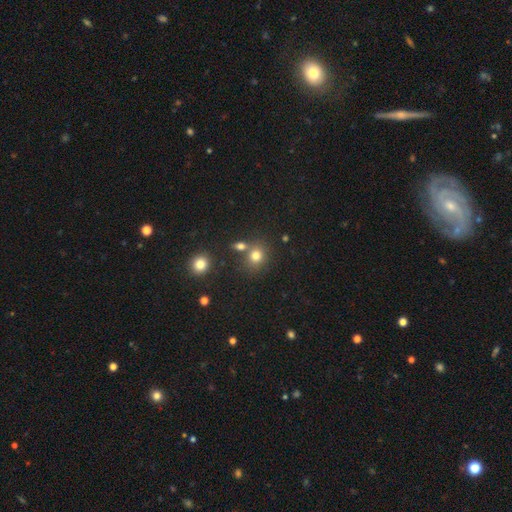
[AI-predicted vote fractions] A smooth galaxy with no disk features (77%) that is round (75%).

Vote fractions:
- Smooth or featured? smooth: 77% / star or artifact: 15% / featured or disk: 8%
- How rounded? round: 75% / in between: 24% / cigar-shaped: 1%
- Merging? none: 64% / merger: 22% / minor disturbance: 10% / major disturbance: 4%